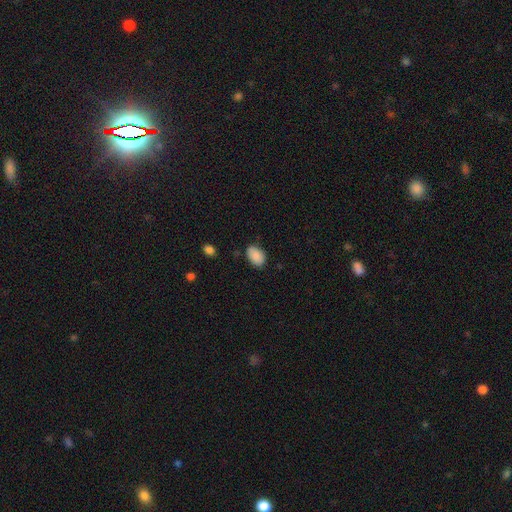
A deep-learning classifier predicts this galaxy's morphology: Smooth or featured? smooth (88%)
How rounded? in between (88%)
Merging? none (78%)